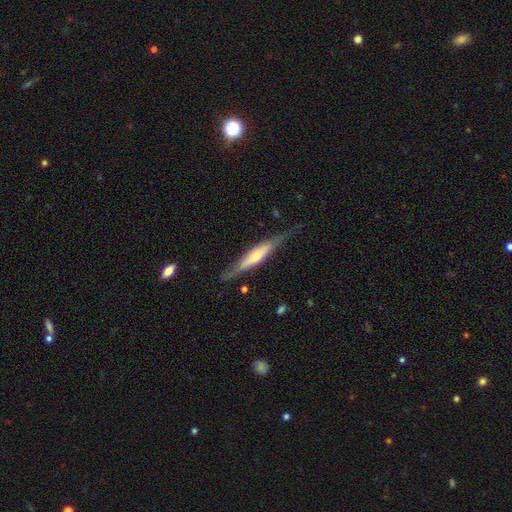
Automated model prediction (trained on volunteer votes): This appears to be a featured or disk galaxy (62%) viewed edge-on (90%) with a rounded central bulge (69%). Merging: none (77%).